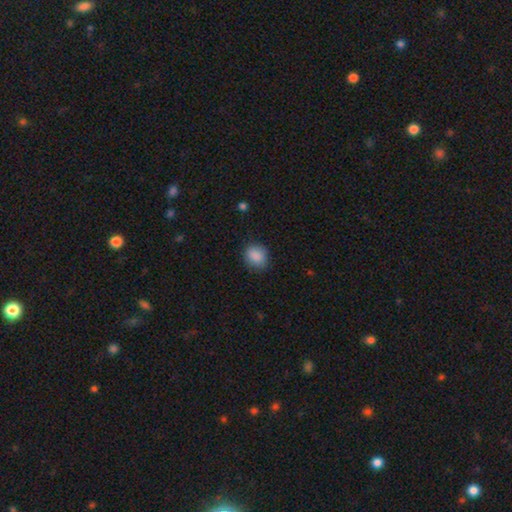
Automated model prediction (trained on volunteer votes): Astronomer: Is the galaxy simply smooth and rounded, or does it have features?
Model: smooth — 88%.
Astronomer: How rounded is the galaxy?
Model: round — 63%.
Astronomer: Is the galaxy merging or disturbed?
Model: none — 81%.